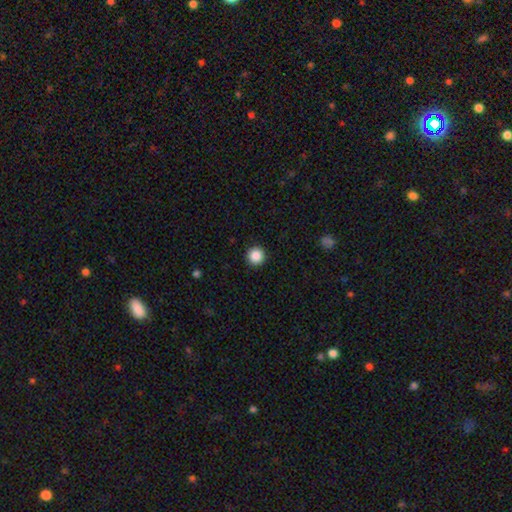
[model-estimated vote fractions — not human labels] This is clearly a smooth galaxy (88%). How rounded: clearly round (96%). Merging: clearly none (93%).